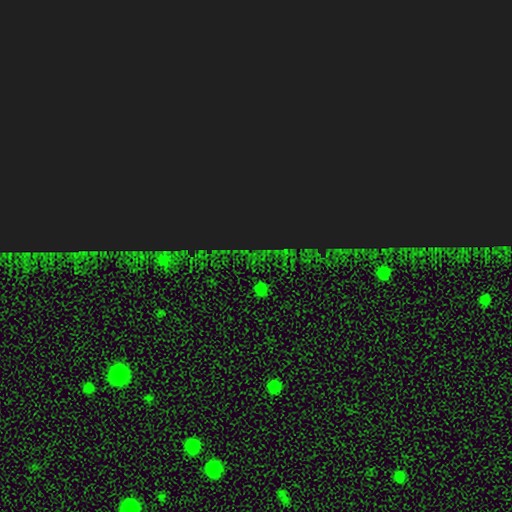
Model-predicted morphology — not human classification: Smooth or featured? Predicted: star or artifact (p=0.81).